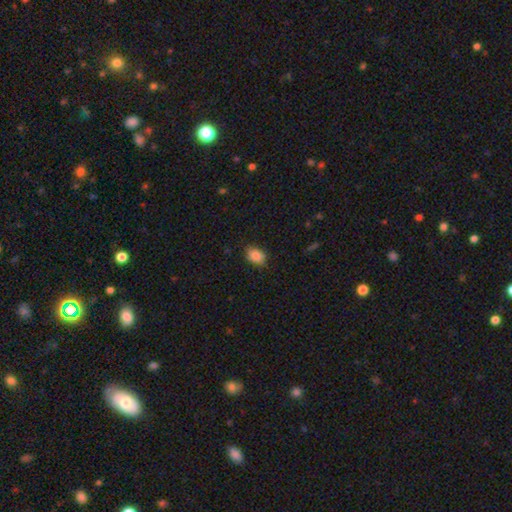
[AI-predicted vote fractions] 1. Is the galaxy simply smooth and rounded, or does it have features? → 87% smooth, 9% star or artifact, 5% featured or disk.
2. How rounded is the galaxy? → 72% in between, 27% round, 1% cigar-shaped.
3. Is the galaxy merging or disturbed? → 82% none, 15% minor disturbance, 3% major disturbance, 1% merger.